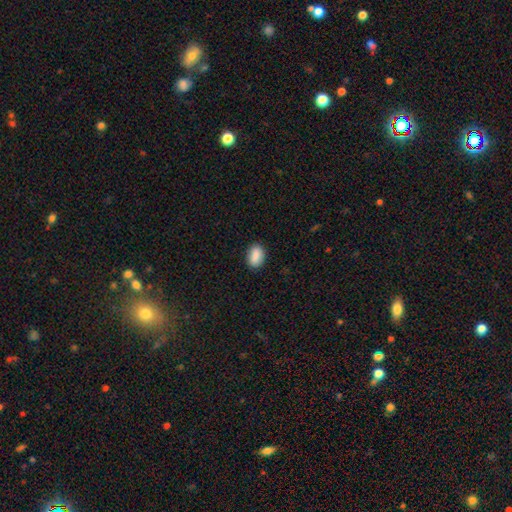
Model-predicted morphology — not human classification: A smooth galaxy with no disk features (88%) that is in between round and cigar-shaped (87%).

Vote fractions:
- Smooth or featured? smooth: 88% / star or artifact: 7% / featured or disk: 5%
- How rounded? in between: 87% / round: 11% / cigar-shaped: 2%
- Merging? none: 88% / minor disturbance: 9% / major disturbance: 2% / merger: 1%